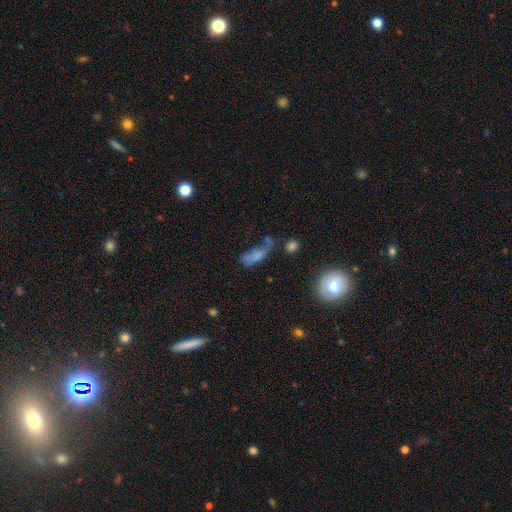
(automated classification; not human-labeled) Smooth or featured?
  - smooth: 63% *
  - featured or disk: 23%
  - star or artifact: 15%
How rounded?
  - in between: 68% *
  - cigar-shaped: 26%
  - round: 5%
Merging?
  - major disturbance: 29% *
  - none: 27%
  - minor disturbance: 24%
  - merger: 19%